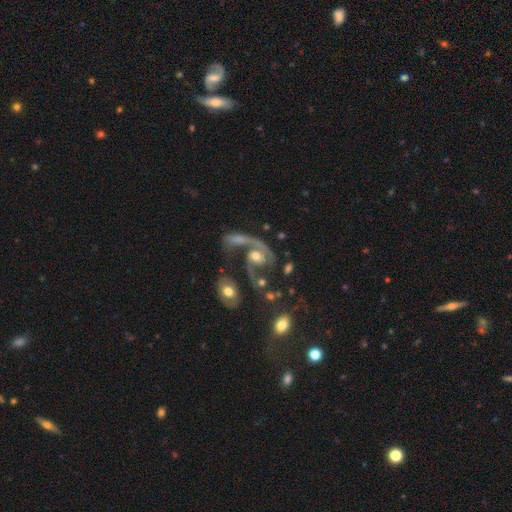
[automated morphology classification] smooth_or_featured: featured or disk (p=0.81) [alt: smooth p=0.12]
disk_edge_on: no (p=0.97) [alt: yes p=0.03]
bar: no (p=0.64) [alt: weak p=0.27]
has_spiral_arms: yes (p=0.87) [alt: no p=0.13]
spiral_winding: loose (p=0.47) [alt: medium p=0.39]
spiral_arm_count: 2 (p=0.60) [alt: 1 p=0.31]
bulge_size: moderate (p=0.62) [alt: small p=0.23]
merging: merger (p=0.33) [alt: none p=0.27]